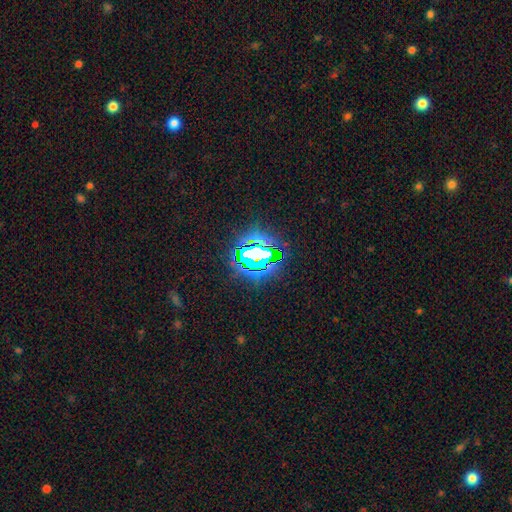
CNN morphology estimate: Q: Smooth or featured?
A: star or artifact (73%); runner-up: smooth (15%)